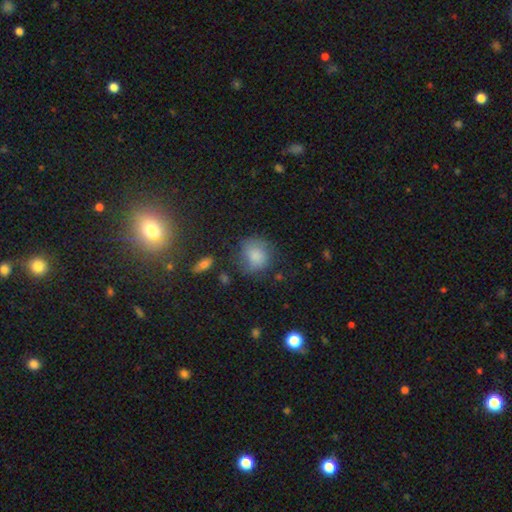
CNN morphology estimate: smooth 74%, featured or disk 17%, star or artifact 10%. Down the decision tree: how rounded — round (78%); merging — none (59%).